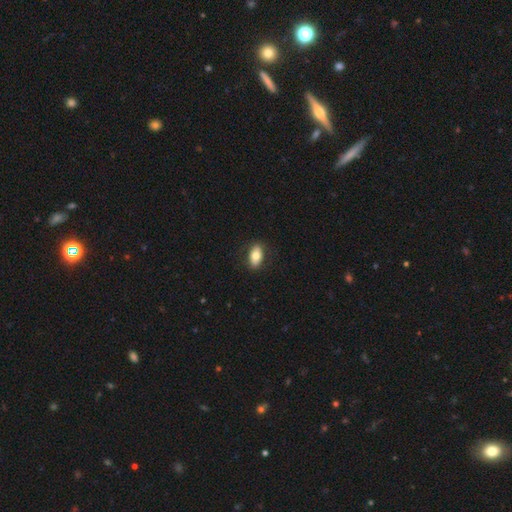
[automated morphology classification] This is likely a smooth galaxy (76%). How rounded: clearly in between (89%). Merging: clearly none (86%).